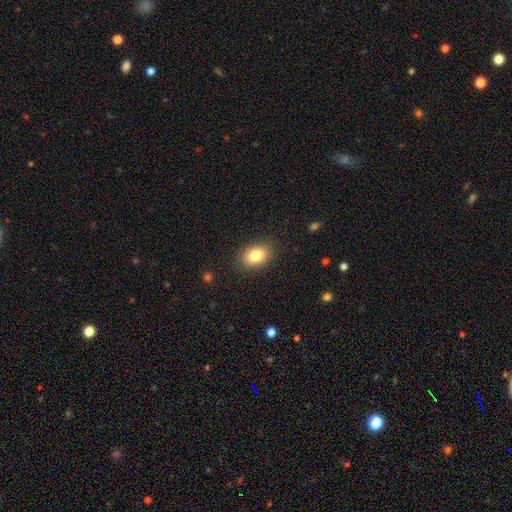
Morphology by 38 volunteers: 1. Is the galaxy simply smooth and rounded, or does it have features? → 84% smooth, 8% featured or disk, 8% star or artifact.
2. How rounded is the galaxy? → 81% in between, 12% round, 6% cigar-shaped.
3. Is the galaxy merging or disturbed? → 89% none, 9% minor disturbance, 3% major disturbance, 0% merger.